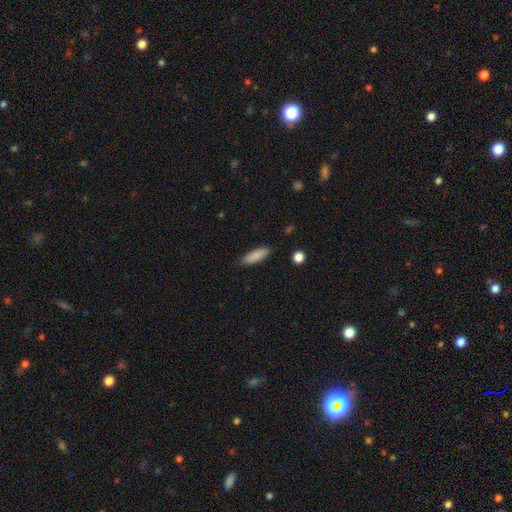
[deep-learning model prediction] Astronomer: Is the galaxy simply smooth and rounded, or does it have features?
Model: smooth — 85%.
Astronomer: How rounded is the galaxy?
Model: in between — 55% (runner-up: cigar-shaped, 43%).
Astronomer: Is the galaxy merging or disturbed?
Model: none — 87%.